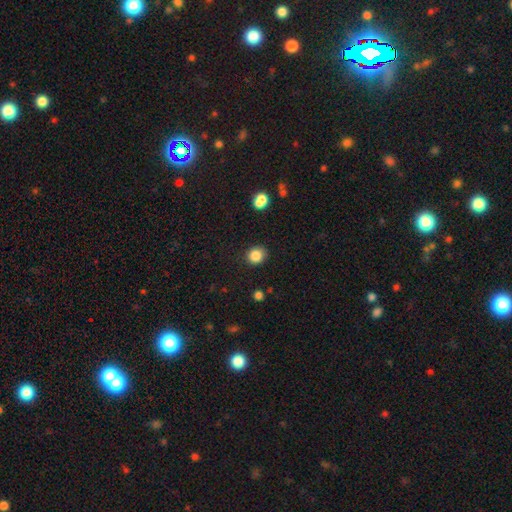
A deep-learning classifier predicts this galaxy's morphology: Q: Smooth or featured?
A: smooth (86%); runner-up: star or artifact (10%)
Q: How rounded?
A: round (80%); runner-up: in between (19%)
Q: Merging?
A: none (86%); runner-up: minor disturbance (10%)